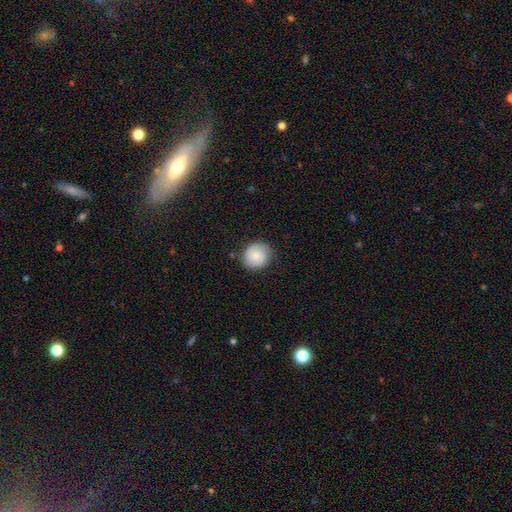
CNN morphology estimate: This is likely a smooth galaxy (68%). How rounded: likely round (77%). Merging: likely none (79%).